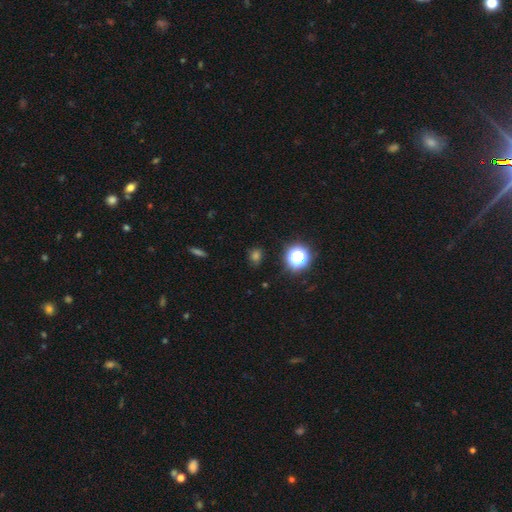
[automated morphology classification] Smooth or featured? smooth (56%)
How rounded? round (76%)
Merging? none (83%)